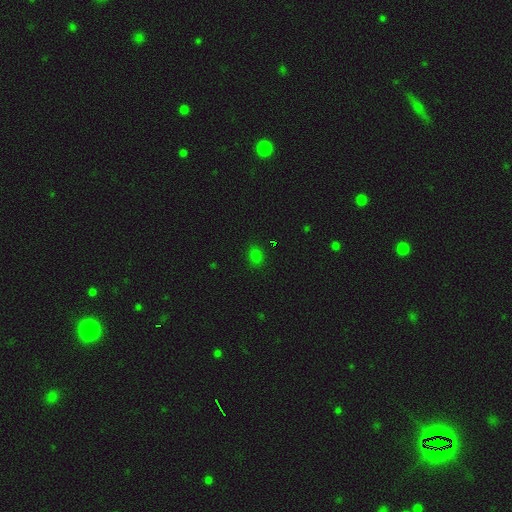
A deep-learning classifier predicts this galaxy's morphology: Q: Smooth or featured?
A: smooth (77%); runner-up: star or artifact (19%)
Q: How rounded?
A: in between (66%); runner-up: round (33%)
Q: Merging?
A: none (84%); runner-up: minor disturbance (11%)